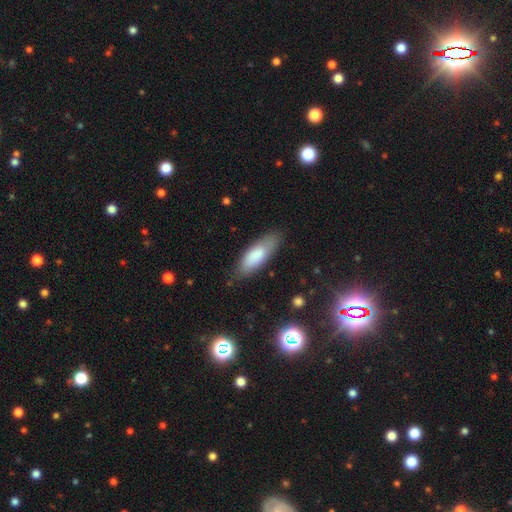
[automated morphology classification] smooth_or_featured: smooth (p=0.81) [alt: featured or disk p=0.13]
how_rounded: in between (p=0.66) [alt: cigar-shaped p=0.32]
merging: none (p=0.78) [alt: minor disturbance p=0.16]